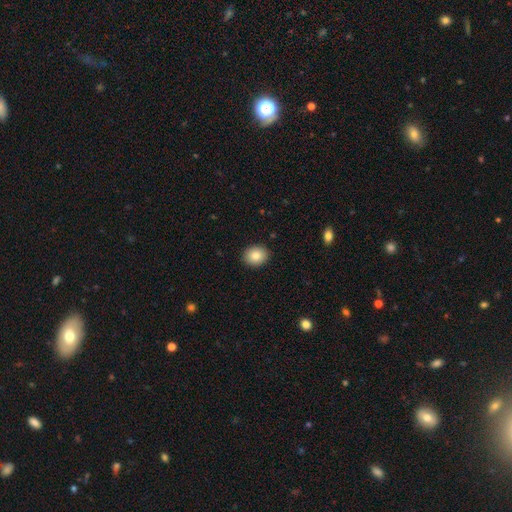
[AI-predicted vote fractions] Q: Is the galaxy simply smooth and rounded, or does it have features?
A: smooth — 85%.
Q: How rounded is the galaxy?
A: round — 62%.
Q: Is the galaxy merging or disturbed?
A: none — 91%.